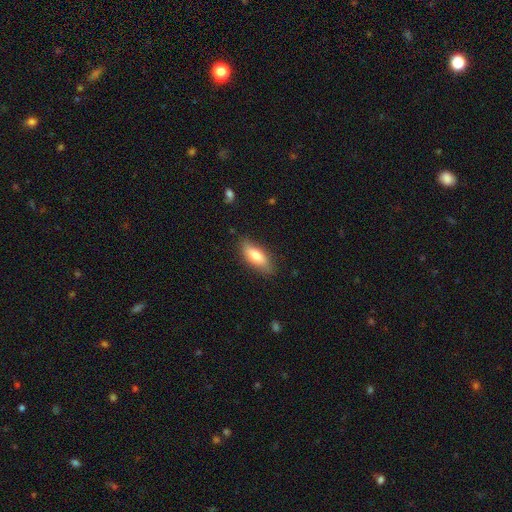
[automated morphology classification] Smooth or featured?
  - smooth: 76% *
  - featured or disk: 18%
  - star or artifact: 6%
How rounded?
  - in between: 72% *
  - cigar-shaped: 26%
  - round: 2%
Merging?
  - none: 81% *
  - minor disturbance: 15%
  - major disturbance: 3%
  - merger: 1%